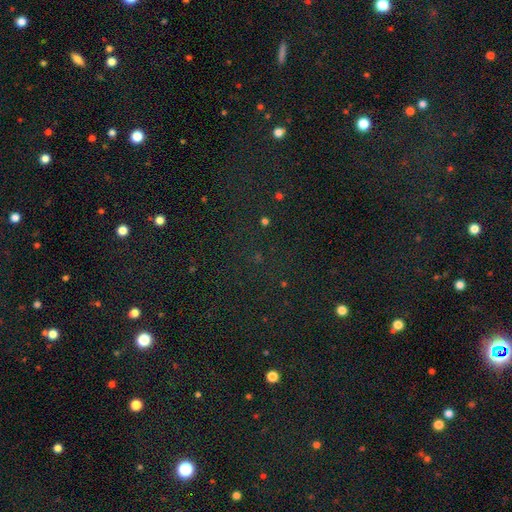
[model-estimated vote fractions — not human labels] Q: Smooth or featured?
A: star or artifact (76%); runner-up: smooth (16%)